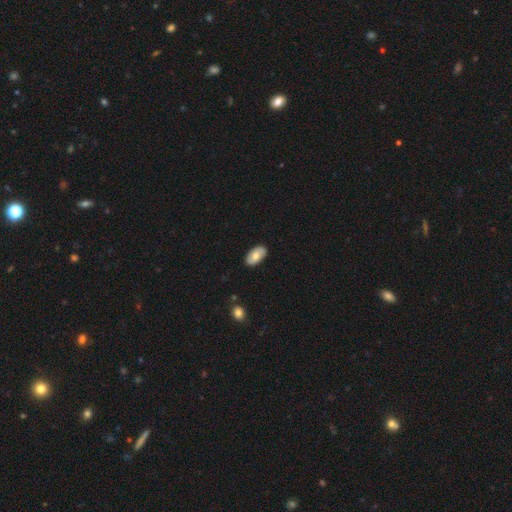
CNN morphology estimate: Smooth or featured? smooth (70%)
How rounded? in between (95%)
Merging? none (88%)